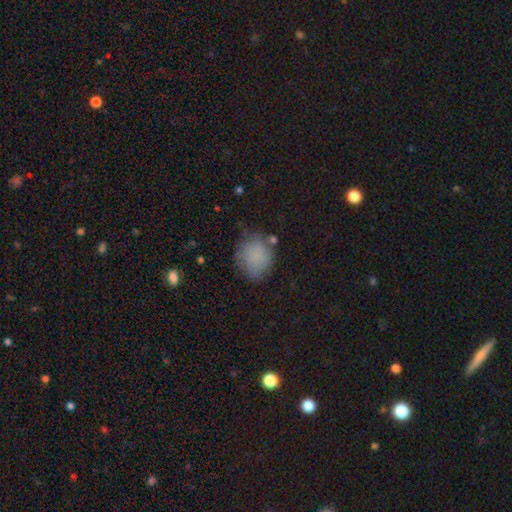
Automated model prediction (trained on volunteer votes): Morphology: type=smooth (80%); roundness=round (70%); merging=none (61%).